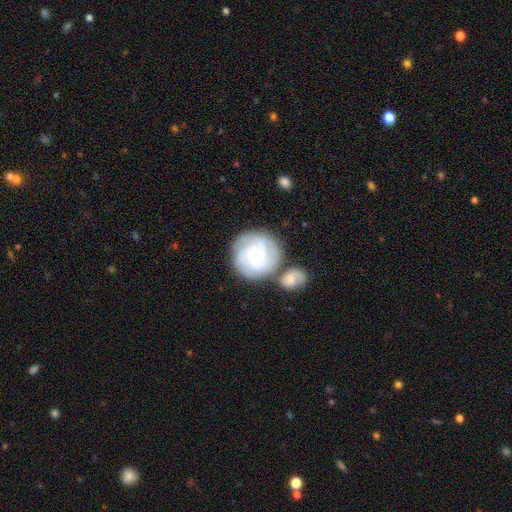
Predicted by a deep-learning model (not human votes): Smooth or featured?
  - featured or disk: 72% *
  - smooth: 21%
  - star or artifact: 6%
Edge-on disk?
  - no: 98% *
  - yes: 2%
Bar?
  - no: 74% *
  - weak: 22%
  - strong: 4%
Spiral arms?
  - yes: 92% *
  - no: 8%
Spiral winding?
  - tight: 72% *
  - medium: 22%
  - loose: 6%
Spiral arm count?
  - can't tell: 29% *
  - 3: 28%
  - 4: 17%
  - 2: 14%
  - more than 4: 6%
  - 1: 5%
Bulge size?
  - small: 54% *
  - moderate: 42%
  - large: 2%
  - none: 1%
  - dominant: 1%
Merging?
  - none: 64% *
  - merger: 20%
  - minor disturbance: 13%
  - major disturbance: 4%